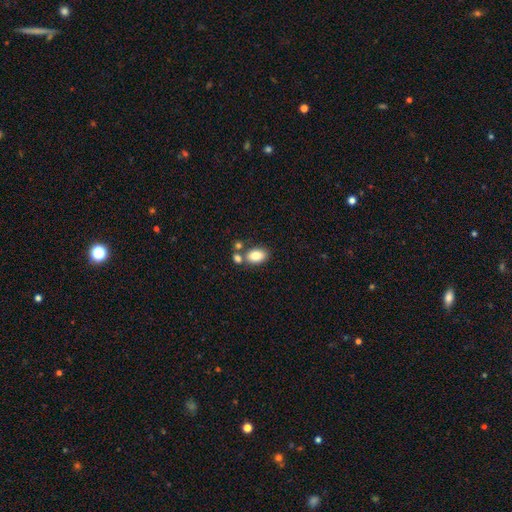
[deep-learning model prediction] A smooth galaxy with no disk features (84%) that is in between round and cigar-shaped (86%). Merging: none (60%).